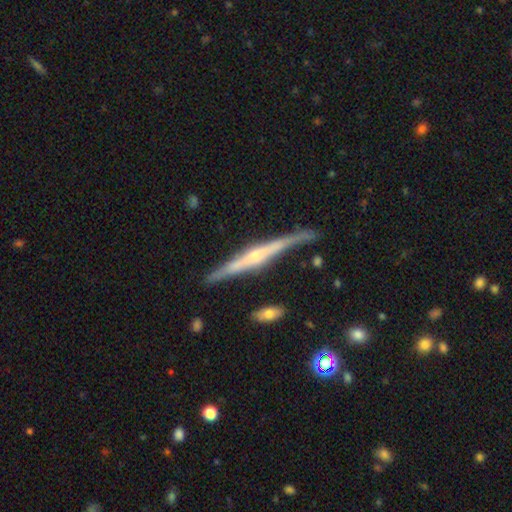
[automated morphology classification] Smooth or featured? featured or disk (79%)
Edge-on disk? yes (97%)
Edge-on bulge? rounded (69%)
Merging? none (77%)